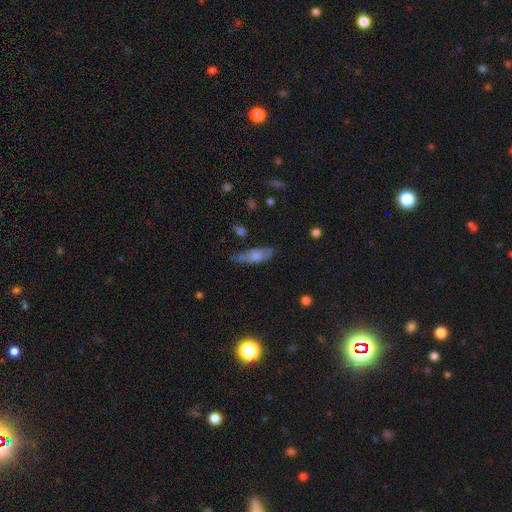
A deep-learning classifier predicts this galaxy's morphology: Smooth or featured: smooth — 67% (featured or disk — 25%)
How rounded: in between — 62% (cigar-shaped — 35%)
Merging: none — 56% (minor disturbance — 31%)